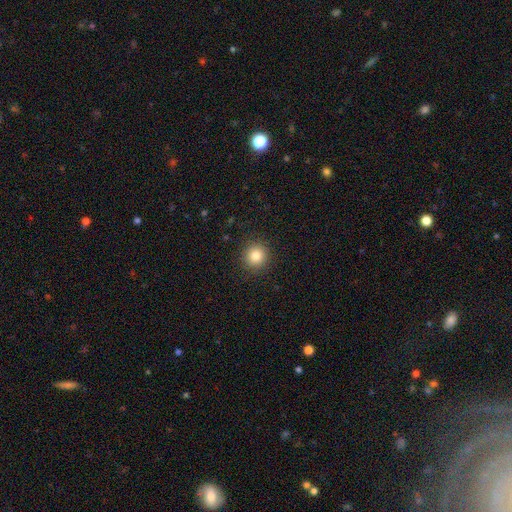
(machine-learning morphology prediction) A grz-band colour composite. It shows a smooth galaxy with no disk features (83%) that is round (93%). Merging: none (91%).